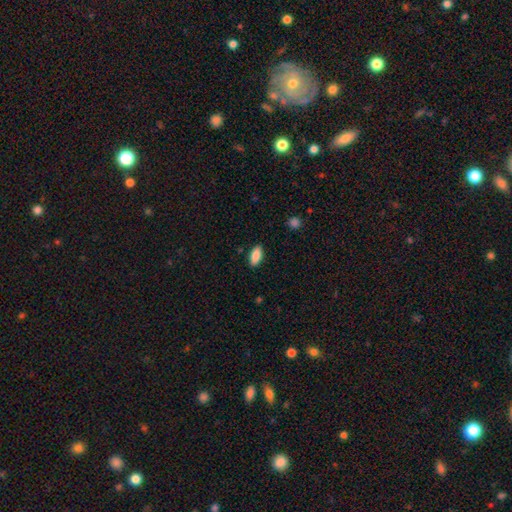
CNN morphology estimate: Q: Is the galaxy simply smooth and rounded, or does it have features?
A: smooth — 88%.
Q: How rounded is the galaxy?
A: in between — 87%.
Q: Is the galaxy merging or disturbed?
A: none — 88%.